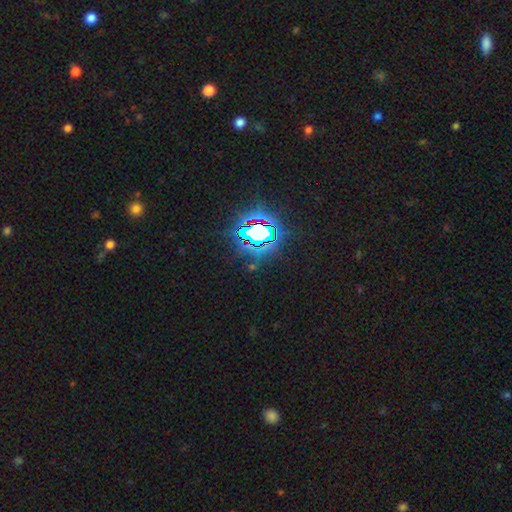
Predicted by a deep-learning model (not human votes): Smooth or featured: star or artifact — 81% (smooth — 11%)